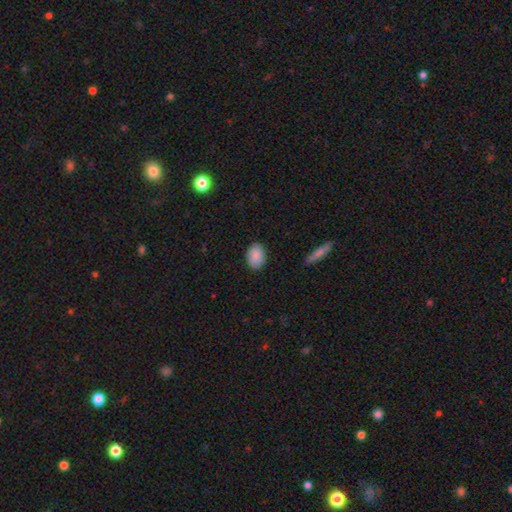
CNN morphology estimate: A smooth galaxy with no disk features (89%) that is in between round and cigar-shaped (82%).

Vote fractions:
- Smooth or featured? smooth: 89% / star or artifact: 7% / featured or disk: 4%
- How rounded? in between: 82% / round: 17% / cigar-shaped: 1%
- Merging? none: 86% / minor disturbance: 11% / major disturbance: 2% / merger: 1%